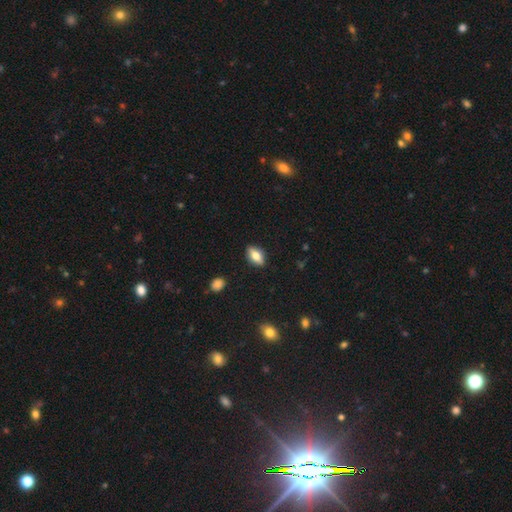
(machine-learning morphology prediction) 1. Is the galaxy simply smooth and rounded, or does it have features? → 64% smooth, 28% featured or disk, 8% star or artifact.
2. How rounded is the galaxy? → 83% in between, 11% cigar-shaped, 7% round.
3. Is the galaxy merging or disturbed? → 87% none, 10% minor disturbance, 2% major disturbance, 1% merger.